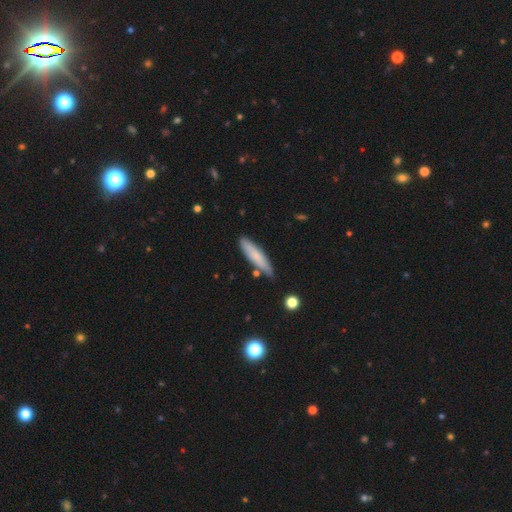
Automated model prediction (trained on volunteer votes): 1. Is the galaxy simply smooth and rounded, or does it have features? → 74% smooth, 20% featured or disk, 6% star or artifact.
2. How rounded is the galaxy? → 79% cigar-shaped, 19% in between, 1% round.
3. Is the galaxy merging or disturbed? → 76% none, 17% minor disturbance, 4% merger, 3% major disturbance.